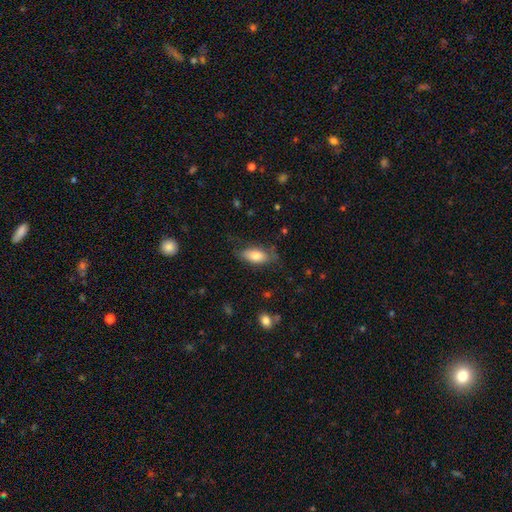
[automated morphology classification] A smooth galaxy with no disk features (75%) that is in between round and cigar-shaped (85%).

Vote fractions:
- Smooth or featured? smooth: 75% / featured or disk: 18% / star or artifact: 7%
- How rounded? in between: 85% / cigar-shaped: 12% / round: 3%
- Merging? none: 67% / minor disturbance: 23% / major disturbance: 9% / merger: 2%